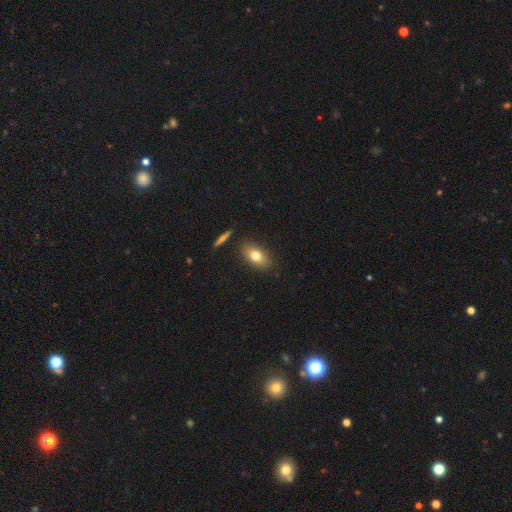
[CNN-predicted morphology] Overall: smooth (78%). How rounded: in between (86%). Merging: none (85%).